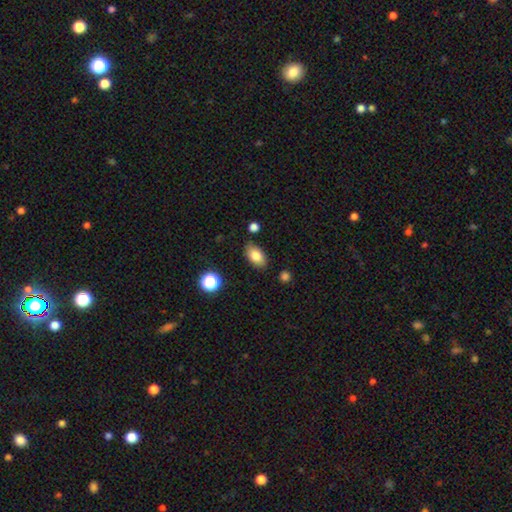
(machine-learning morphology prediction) Overall: smooth (82%). How rounded: in between (90%). Merging: none (82%).